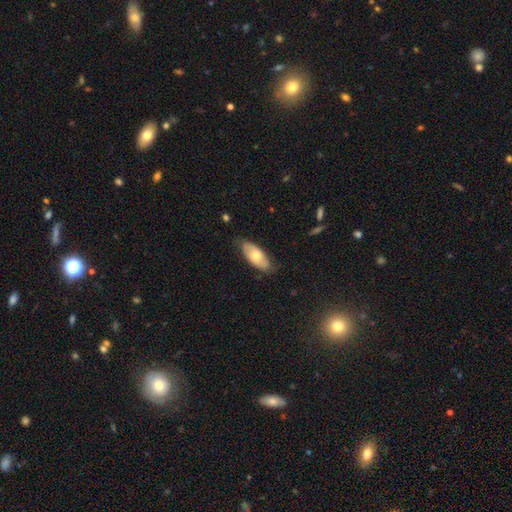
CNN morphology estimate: A smooth galaxy with no disk features (63%) that is in between round and cigar-shaped (87%). Merging: none (74%).